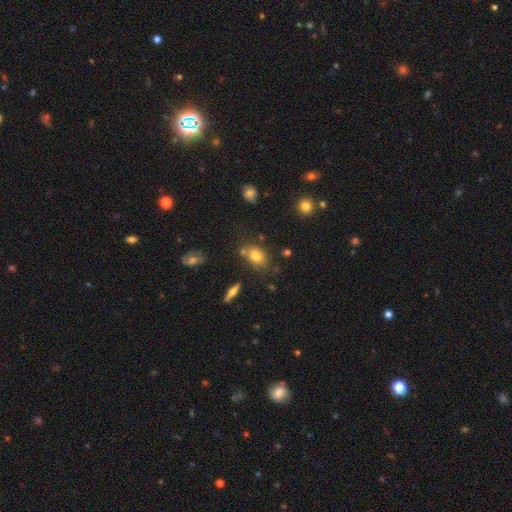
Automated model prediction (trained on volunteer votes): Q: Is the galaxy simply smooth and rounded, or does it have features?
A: smooth — 76%.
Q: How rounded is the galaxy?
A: in between — 75%.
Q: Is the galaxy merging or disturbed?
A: none — 68%.